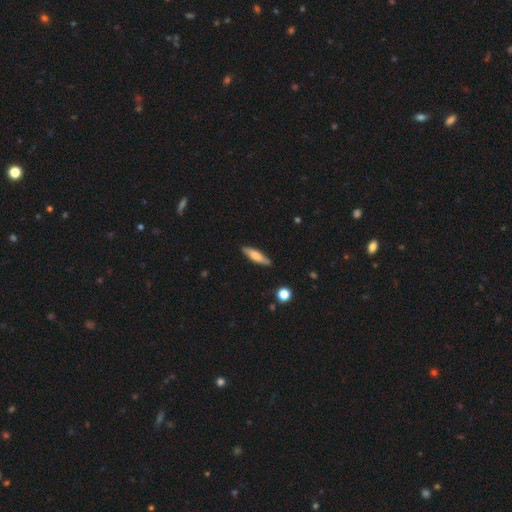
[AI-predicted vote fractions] Smooth or featured? smooth (64%)
How rounded? cigar-shaped (72%)
Merging? none (85%)